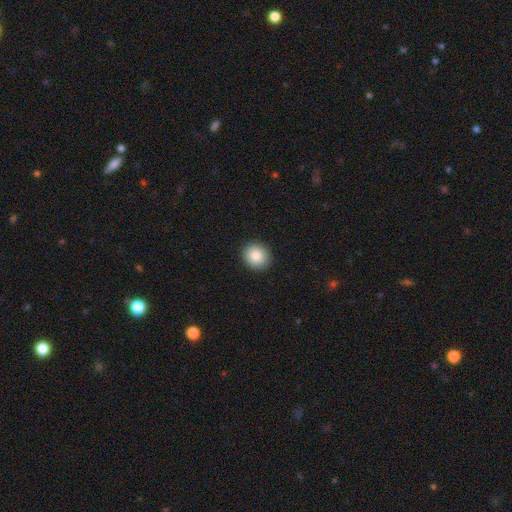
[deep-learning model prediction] Smooth or featured? smooth (84%)
How rounded? round (87%)
Merging? none (92%)